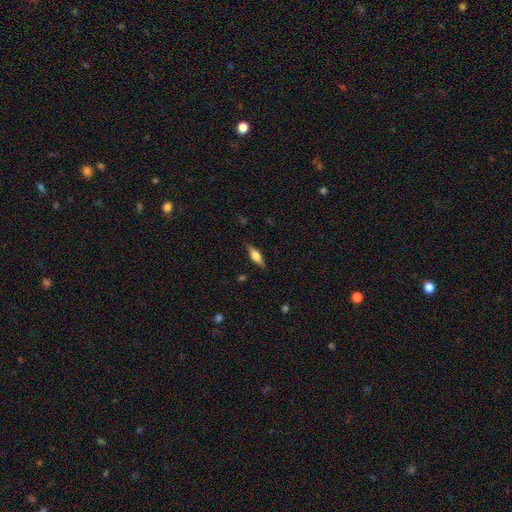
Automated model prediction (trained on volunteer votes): Smooth or featured?
  - smooth: 47% *
  - featured or disk: 46%
  - star or artifact: 7%
Merging?
  - none: 84% *
  - minor disturbance: 12%
  - major disturbance: 3%
  - merger: 1%